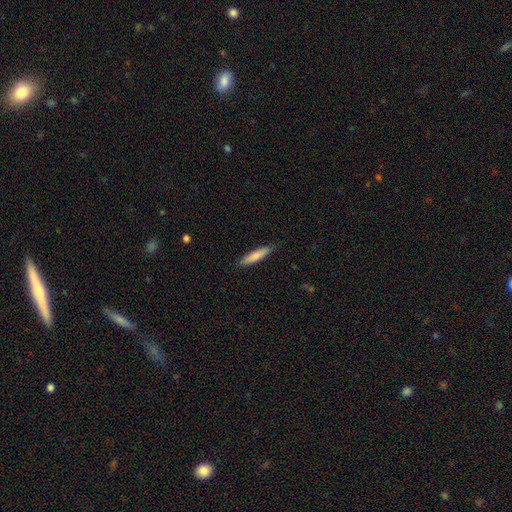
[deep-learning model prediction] Smooth or featured: smooth — 79% (featured or disk — 15%)
How rounded: cigar-shaped — 85% (in between — 13%)
Merging: none — 87% (minor disturbance — 10%)